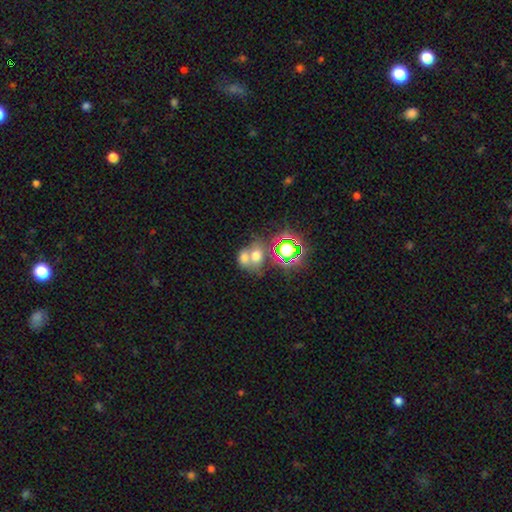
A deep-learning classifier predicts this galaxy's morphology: Smooth or featured? smooth (61%)
How rounded? round (51%)
Merging? merger (58%)